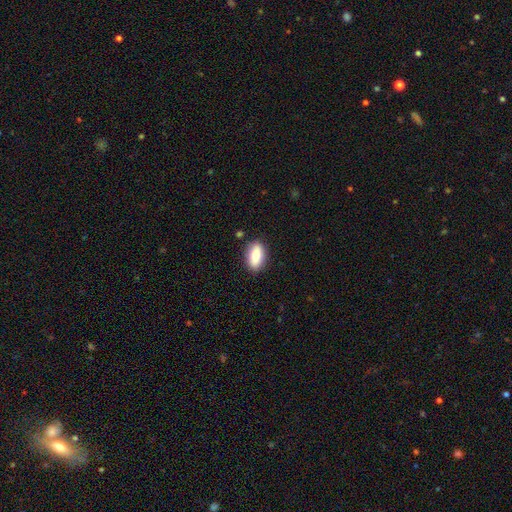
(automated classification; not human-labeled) The model was most divided on "smooth or featured": smooth: 81%, featured or disk: 12%, star or artifact: 7%. More confident: how rounded — in between (88%); merging — none (86%).